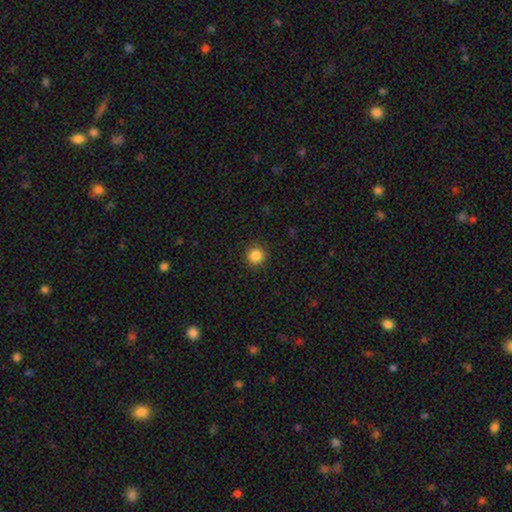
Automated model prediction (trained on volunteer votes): smooth_or_featured: smooth (p=0.86) [alt: star or artifact p=0.11]
how_rounded: round (p=0.94) [alt: in between p=0.05]
merging: none (p=0.91) [alt: minor disturbance p=0.06]